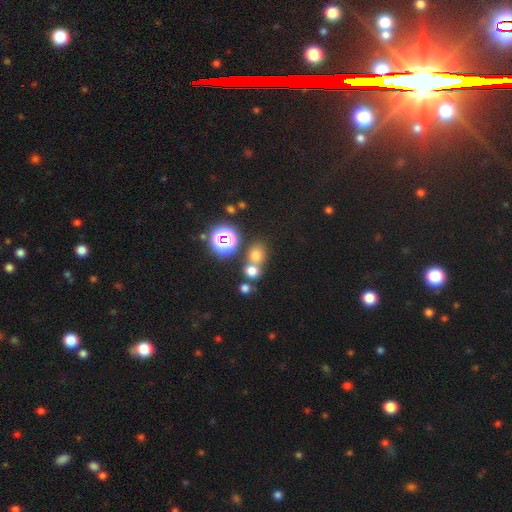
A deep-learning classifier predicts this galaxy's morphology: type=smooth (65%); roundness=round (71%); merging=none (56%).